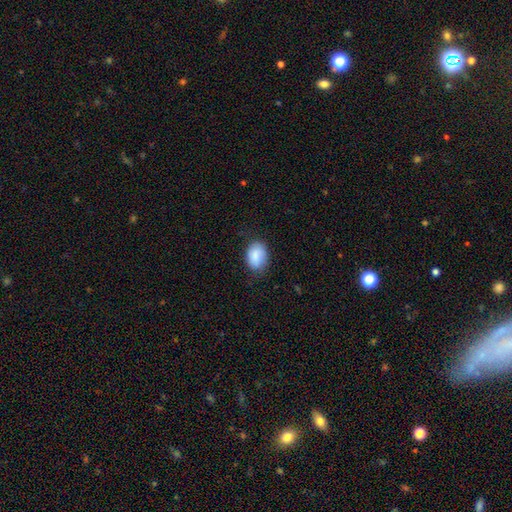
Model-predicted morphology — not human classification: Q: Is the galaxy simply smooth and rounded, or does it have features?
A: smooth — 85%.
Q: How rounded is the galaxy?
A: in between — 82%.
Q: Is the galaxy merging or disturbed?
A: none — 74%.